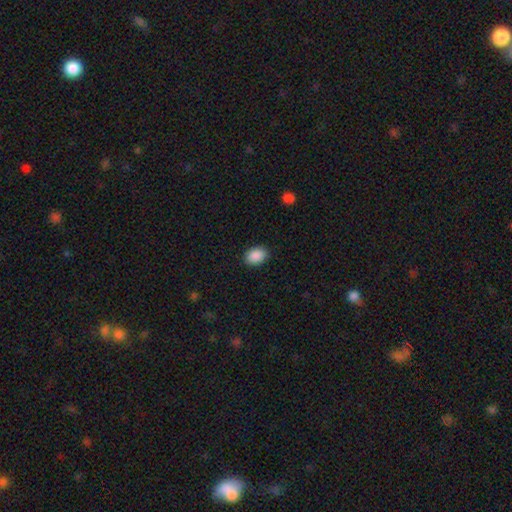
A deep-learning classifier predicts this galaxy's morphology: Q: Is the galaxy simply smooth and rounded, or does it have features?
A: smooth — 90%.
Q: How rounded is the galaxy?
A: in between — 79%.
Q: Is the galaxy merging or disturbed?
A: none — 89%.